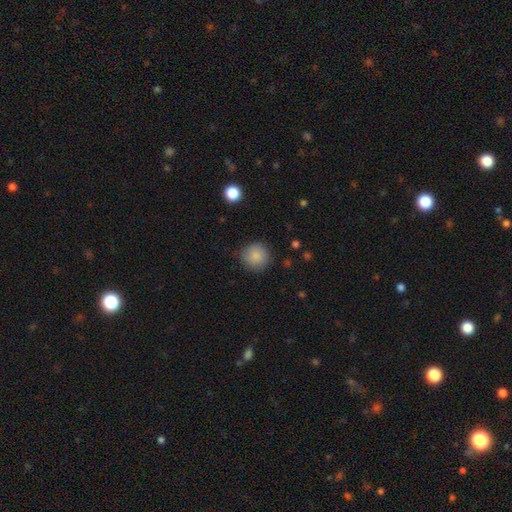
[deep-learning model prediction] Overall: smooth (87%). How rounded: round (94%). Merging: none (86%).